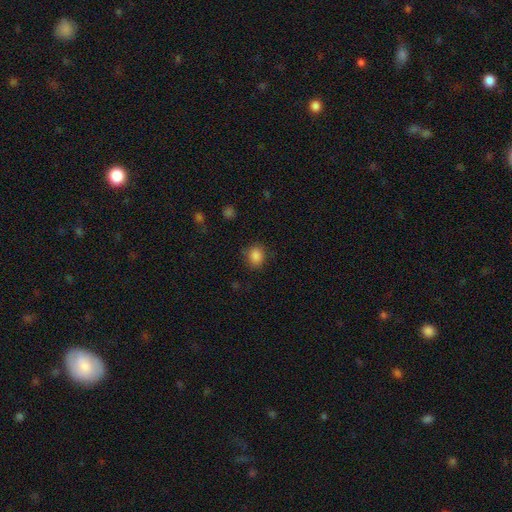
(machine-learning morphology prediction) This appears to be a smooth galaxy with no disk features (86%) that is round (64%). Merging: none (82%).